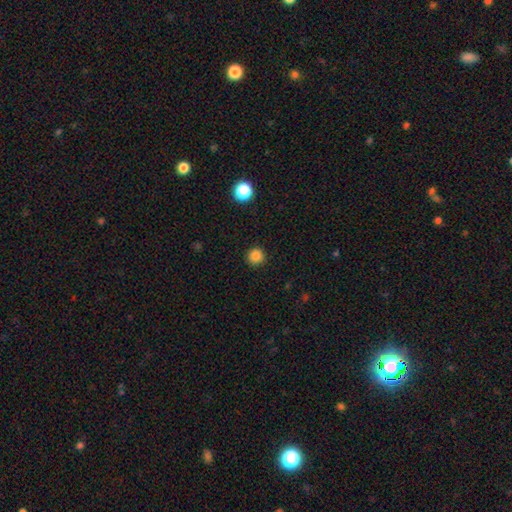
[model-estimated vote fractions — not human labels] smooth 85%, star or artifact 12%, featured or disk 3%. Down the decision tree: how rounded — round (94%); merging — none (91%).